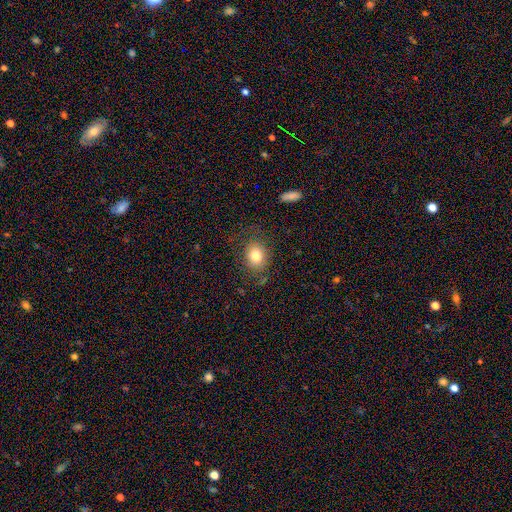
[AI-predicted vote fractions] Smooth or featured? Predicted: smooth (p=0.79). How rounded? Predicted: round (p=0.55). Merging? Predicted: none (p=0.76).